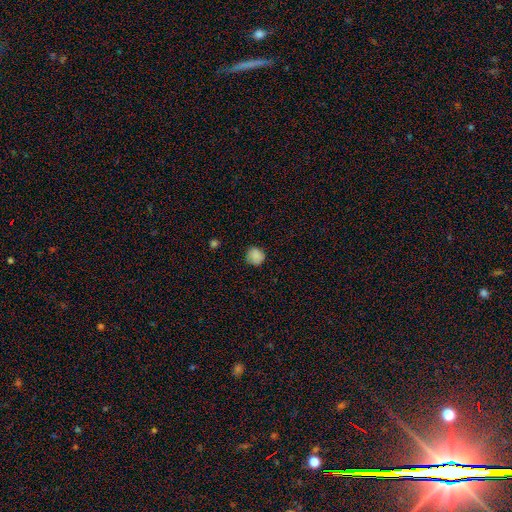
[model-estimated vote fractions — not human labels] Morphology: type=smooth (86%); roundness=round (88%); merging=none (83%).